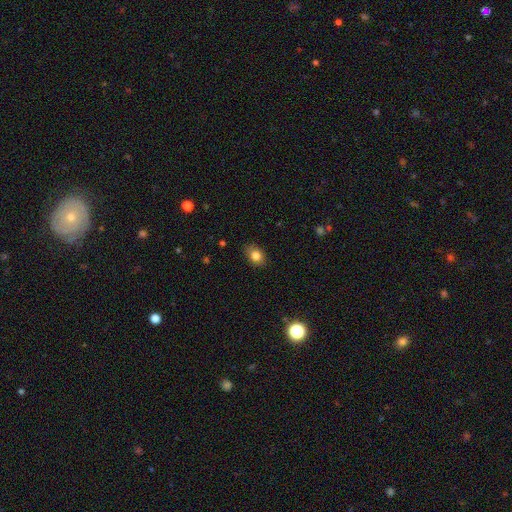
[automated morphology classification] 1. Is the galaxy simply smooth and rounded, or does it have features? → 82% smooth, 10% star or artifact, 8% featured or disk.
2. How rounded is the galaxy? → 72% in between, 27% round, 1% cigar-shaped.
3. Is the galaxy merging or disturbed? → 84% none, 12% minor disturbance, 3% major disturbance, 1% merger.